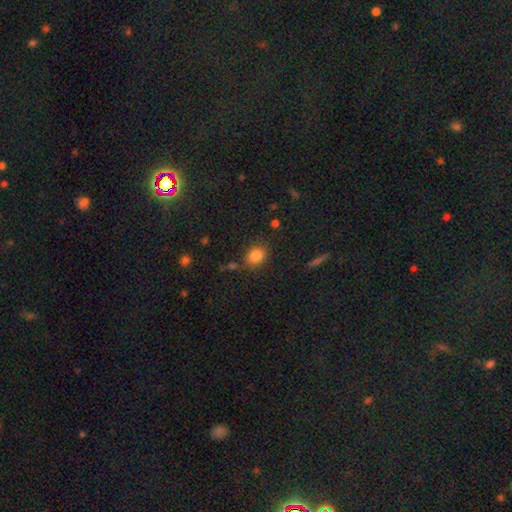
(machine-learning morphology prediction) A smooth galaxy with no disk features (83%) that is round (52%). Merging: none (79%).